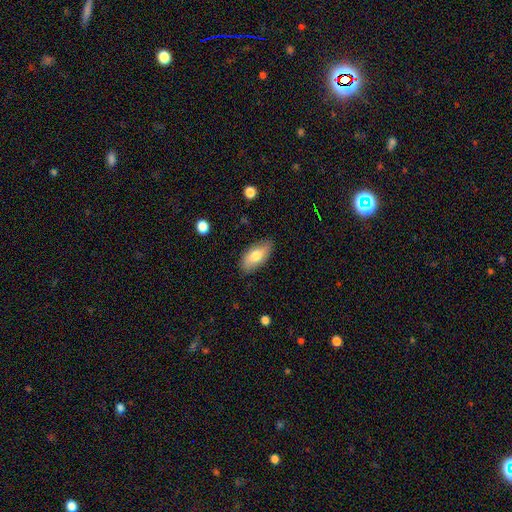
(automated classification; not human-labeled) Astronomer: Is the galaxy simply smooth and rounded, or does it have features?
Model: smooth — 68%.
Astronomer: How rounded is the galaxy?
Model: in between — 89%.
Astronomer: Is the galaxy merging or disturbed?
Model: none — 82%.